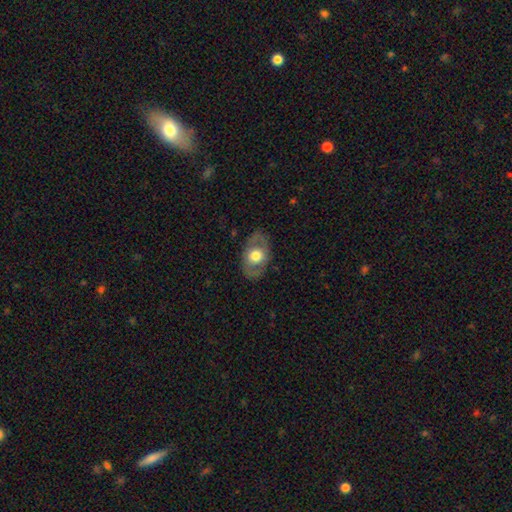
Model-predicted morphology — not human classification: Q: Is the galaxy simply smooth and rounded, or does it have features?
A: smooth — 50%.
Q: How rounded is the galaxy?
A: in between — 79%.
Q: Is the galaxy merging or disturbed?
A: none — 79%.